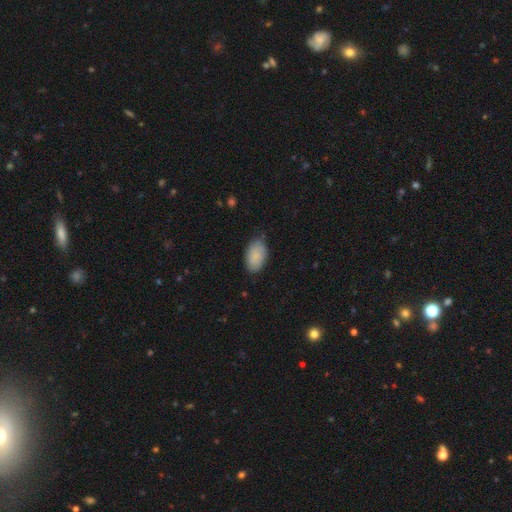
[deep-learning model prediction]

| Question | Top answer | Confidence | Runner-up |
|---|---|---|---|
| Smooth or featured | smooth | 84% | featured or disk (10%) |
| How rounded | in between | 94% | round (4%) |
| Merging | none | 78% | minor disturbance (18%) |